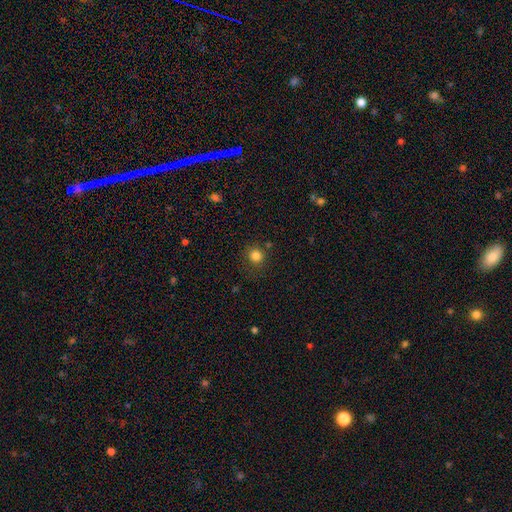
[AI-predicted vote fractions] Smooth or featured? smooth (82%)
How rounded? round (90%)
Merging? none (82%)